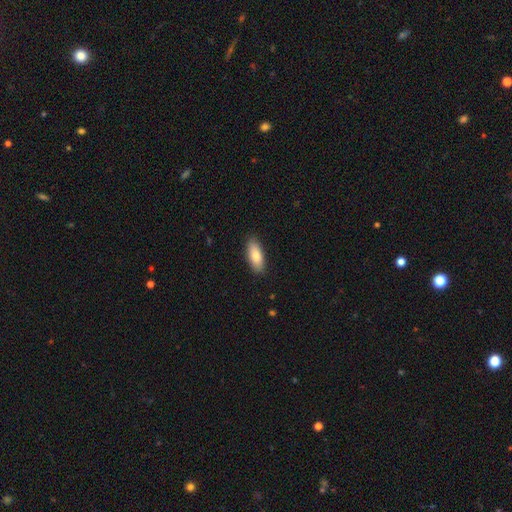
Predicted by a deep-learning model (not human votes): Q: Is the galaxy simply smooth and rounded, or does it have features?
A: smooth — 82%.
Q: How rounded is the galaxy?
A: in between — 79%.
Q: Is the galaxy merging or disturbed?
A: none — 89%.